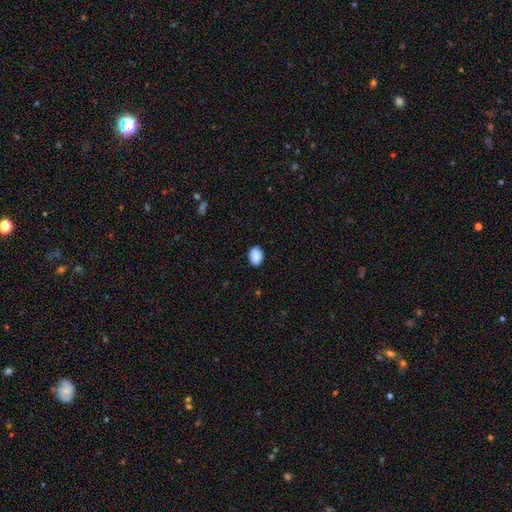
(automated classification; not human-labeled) This appears to be a smooth galaxy with no disk features (89%) that is in between round and cigar-shaped (76%). Merging: none (86%).